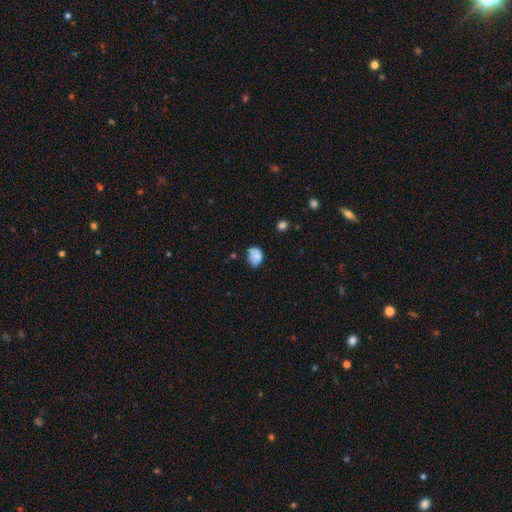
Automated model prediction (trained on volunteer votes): Smooth or featured: smooth — 74% (featured or disk — 16%)
How rounded: in between — 64% (round — 35%)
Merging: none — 53% (minor disturbance — 30%)